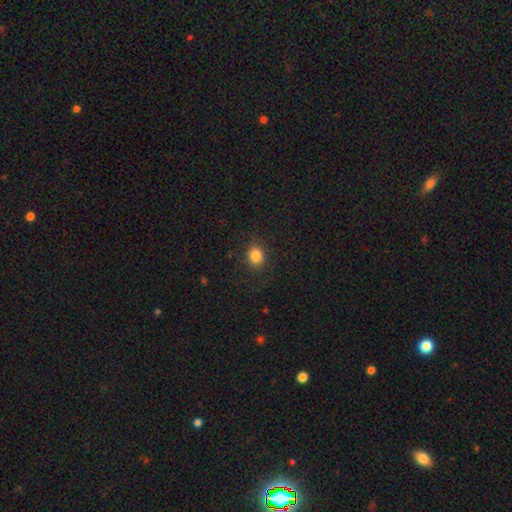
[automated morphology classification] type=smooth (84%); roundness=round (77%); merging=none (87%).